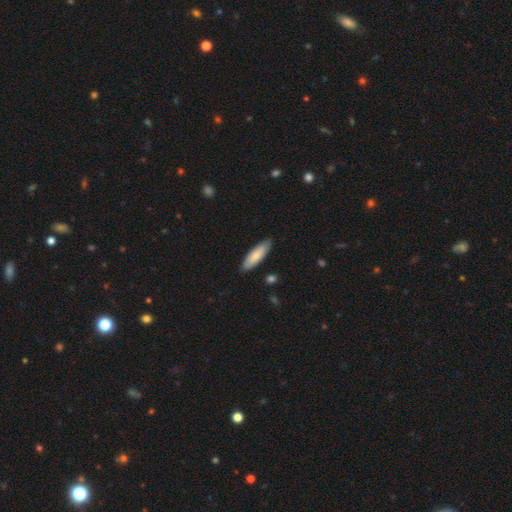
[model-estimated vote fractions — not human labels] smooth_or_featured: smooth (p=0.79) [alt: featured or disk p=0.16]
how_rounded: cigar-shaped (p=0.52) [alt: in between p=0.47]
merging: none (p=0.88) [alt: minor disturbance p=0.10]